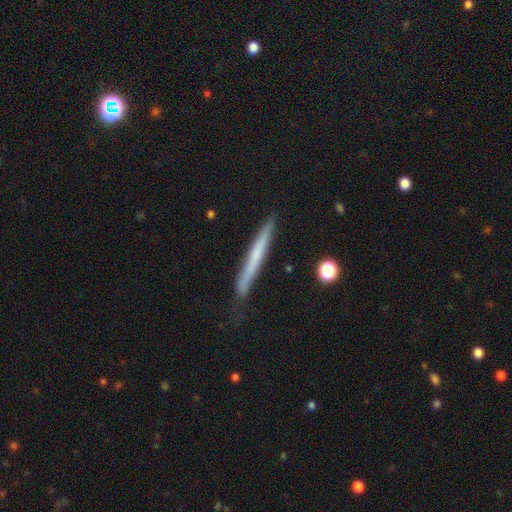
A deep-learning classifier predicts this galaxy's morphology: A smooth galaxy with no disk features (50%).

Vote fractions:
- Smooth or featured? smooth: 50% / featured or disk: 43% / star or artifact: 7%
- Merging? none: 76% / minor disturbance: 19% / major disturbance: 3% / merger: 2%